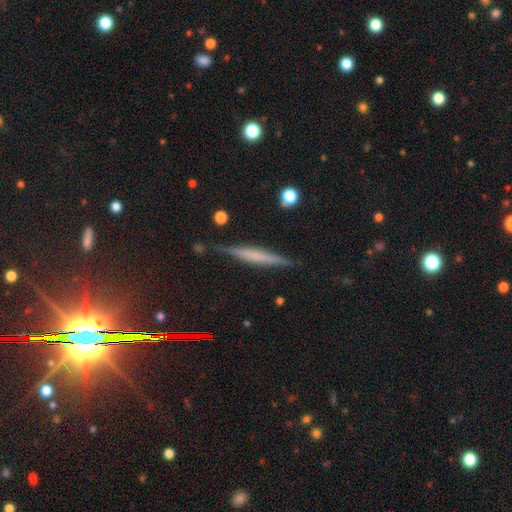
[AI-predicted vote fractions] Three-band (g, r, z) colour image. It shows a featured or disk galaxy (53%) viewed edge-on (96%) with no central bulge (52%). Merging: none (83%).